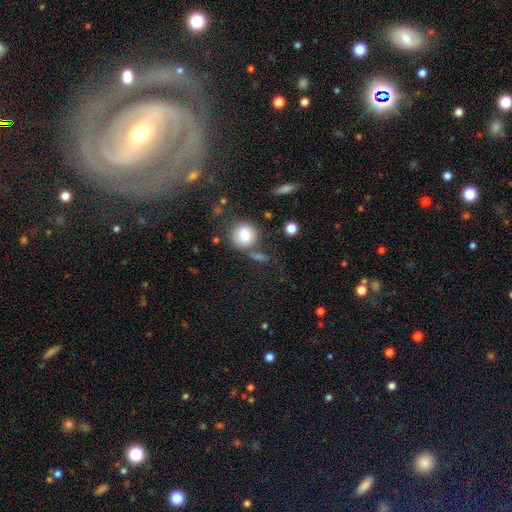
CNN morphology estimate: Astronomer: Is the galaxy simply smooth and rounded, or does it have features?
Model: smooth — 66%.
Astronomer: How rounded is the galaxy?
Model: round — 73%.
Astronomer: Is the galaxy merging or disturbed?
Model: none — 61%.